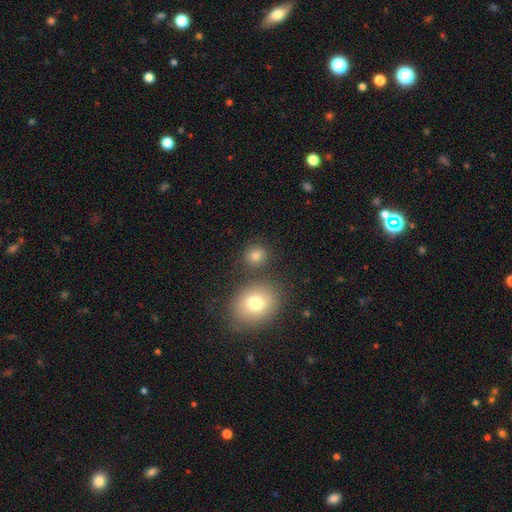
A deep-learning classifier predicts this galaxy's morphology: This appears to be a smooth galaxy with no disk features (79%) that is round (83%). Merging: none (78%).